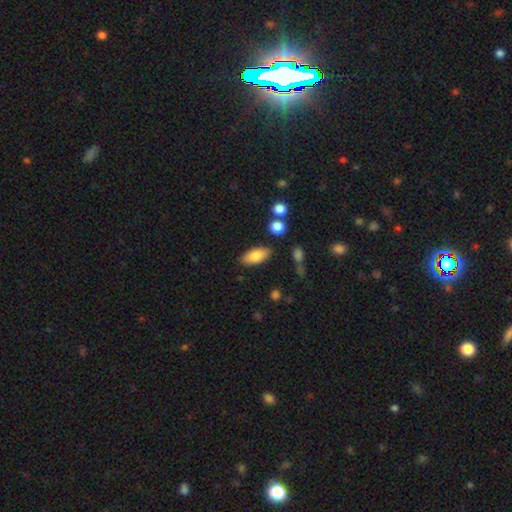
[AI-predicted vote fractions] Smooth or featured: smooth — 82% (featured or disk — 11%)
How rounded: in between — 84% (cigar-shaped — 13%)
Merging: none — 81% (minor disturbance — 12%)